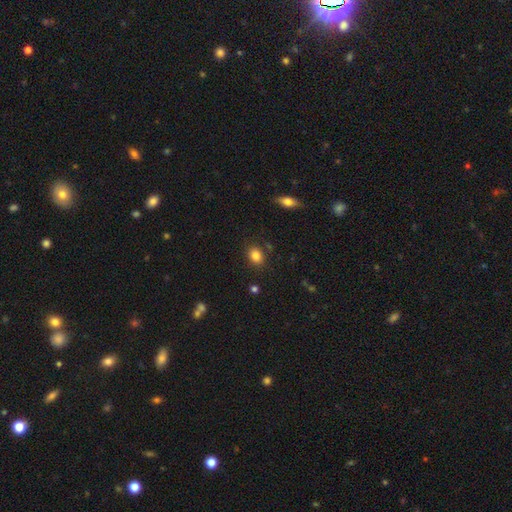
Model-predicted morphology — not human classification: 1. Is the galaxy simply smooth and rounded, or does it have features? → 84% smooth, 10% star or artifact, 6% featured or disk.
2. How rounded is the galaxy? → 51% in between, 48% round, 1% cigar-shaped.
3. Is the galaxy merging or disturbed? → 84% none, 11% minor disturbance, 3% major disturbance, 3% merger.